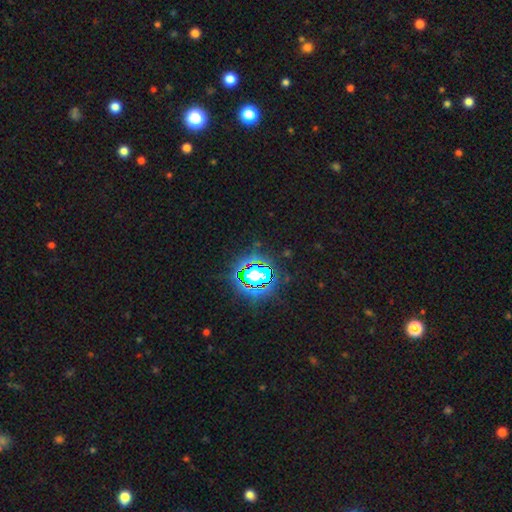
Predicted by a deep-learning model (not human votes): Overall: star or artifact (80%).